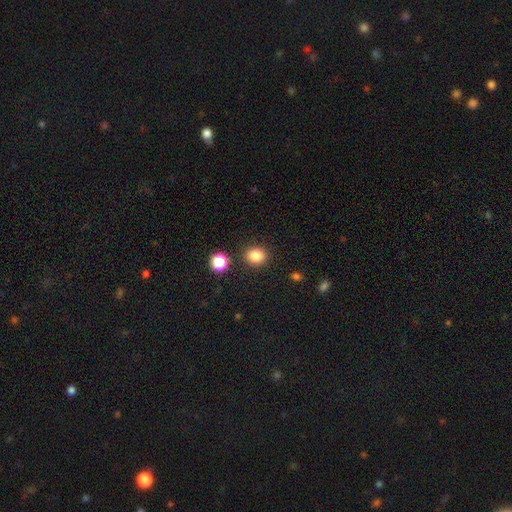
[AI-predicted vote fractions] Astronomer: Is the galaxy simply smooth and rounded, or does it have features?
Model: smooth — 84%.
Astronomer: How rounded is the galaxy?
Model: round — 68%.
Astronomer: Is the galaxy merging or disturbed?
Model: none — 86%.